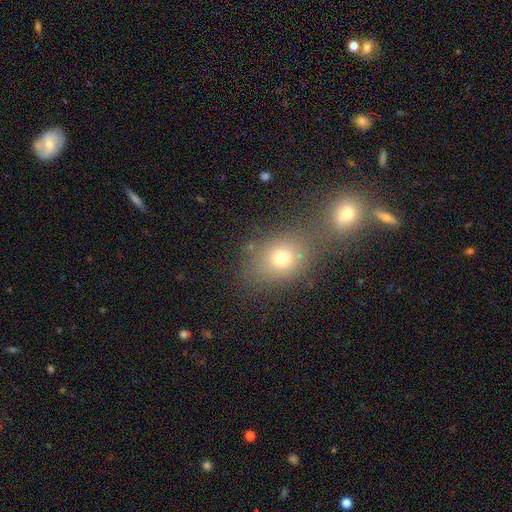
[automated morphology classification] A smooth galaxy with no disk features (66%) that is in between round and cigar-shaped (50%). Merging: none (55%).